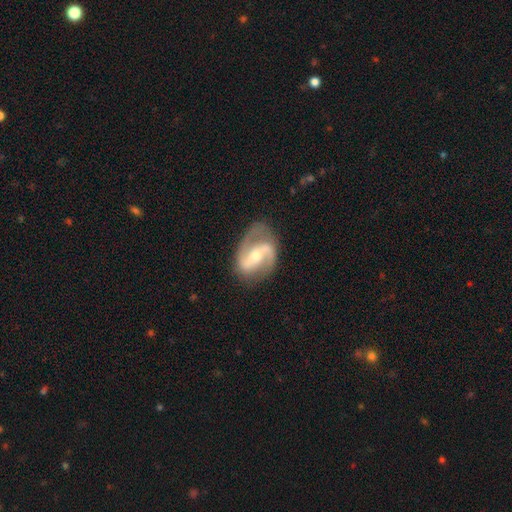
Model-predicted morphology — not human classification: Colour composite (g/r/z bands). It shows a featured or disk galaxy (88%) with a strong bar (44%), 2 (91%) medium (49%) spiral arms (96%) and a moderate central bulge (54%). Merging: none (76%).